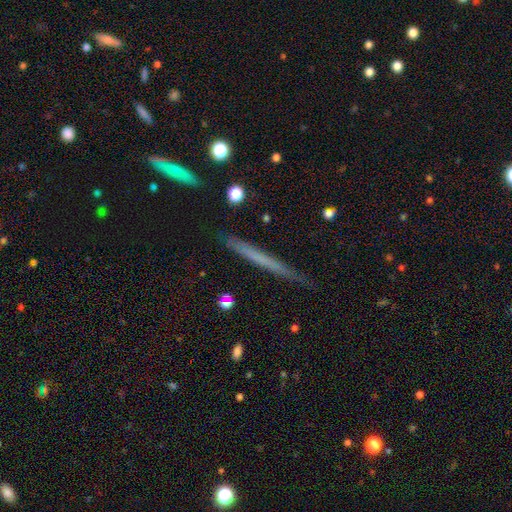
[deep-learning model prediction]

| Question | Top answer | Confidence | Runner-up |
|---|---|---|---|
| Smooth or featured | featured or disk | 46% | smooth (45%) |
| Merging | none | 89% | minor disturbance (8%) |